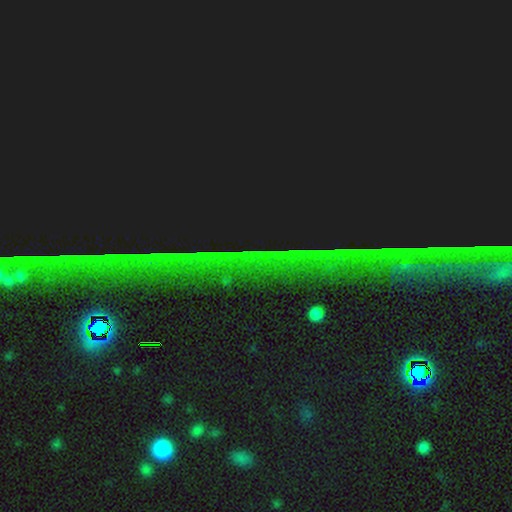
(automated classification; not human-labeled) Morphology: type=star or artifact (86%).